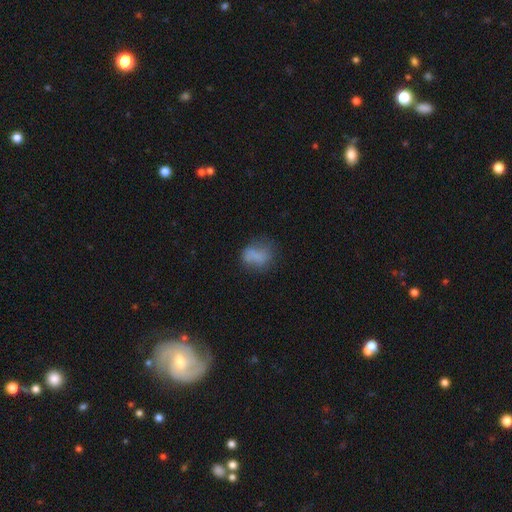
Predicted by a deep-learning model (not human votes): Morphology: type=smooth (69%); roundness=in between (59%); merging=none (48%).